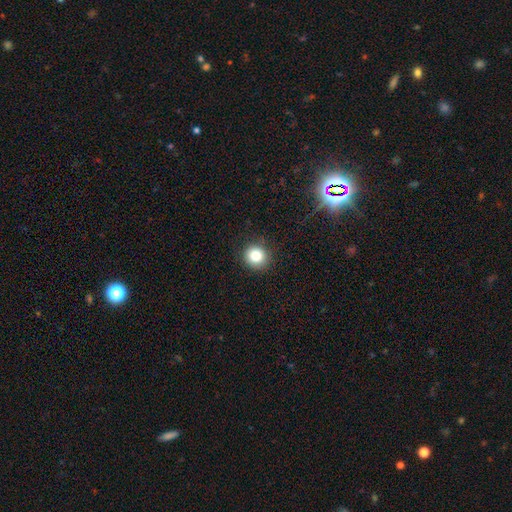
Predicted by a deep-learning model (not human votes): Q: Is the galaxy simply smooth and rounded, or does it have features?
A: smooth — 81%.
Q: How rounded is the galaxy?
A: round — 91%.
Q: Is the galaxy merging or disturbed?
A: none — 90%.